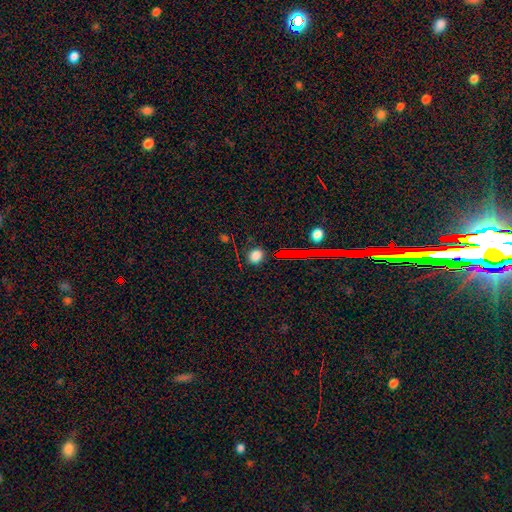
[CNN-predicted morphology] Smooth or featured? smooth (77%)
How rounded? round (62%)
Merging? none (82%)